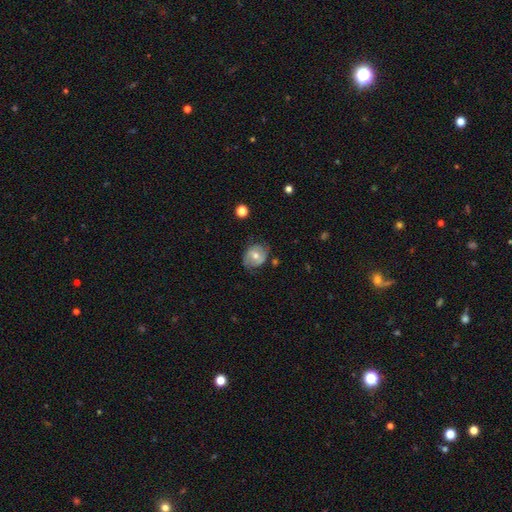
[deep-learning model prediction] A featured or disk galaxy (49%).

Vote fractions:
- Smooth or featured? featured or disk: 49% / smooth: 43% / star or artifact: 8%
- Merging? none: 67% / minor disturbance: 24% / major disturbance: 7% / merger: 2%